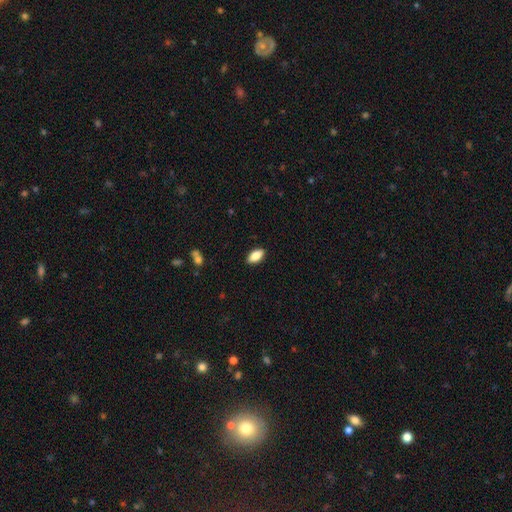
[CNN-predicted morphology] smooth_or_featured: smooth (p=0.85) [alt: featured or disk p=0.08]
how_rounded: in between (p=0.90) [alt: cigar-shaped p=0.07]
merging: none (p=0.89) [alt: minor disturbance p=0.08]